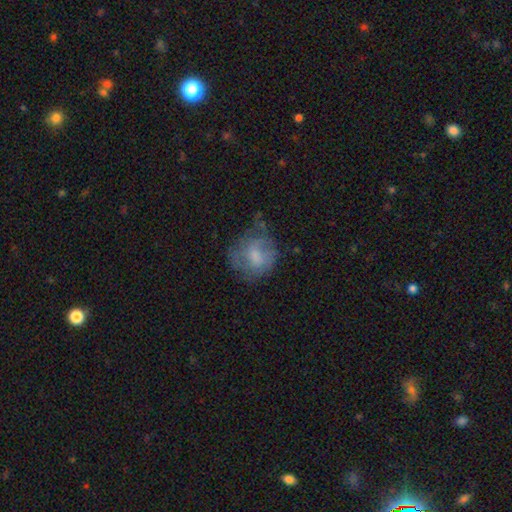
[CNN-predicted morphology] Q: Smooth or featured?
A: smooth (53%); runner-up: featured or disk (37%)
Q: How rounded?
A: round (68%); runner-up: in between (31%)
Q: Merging?
A: none (46%); runner-up: minor disturbance (28%)